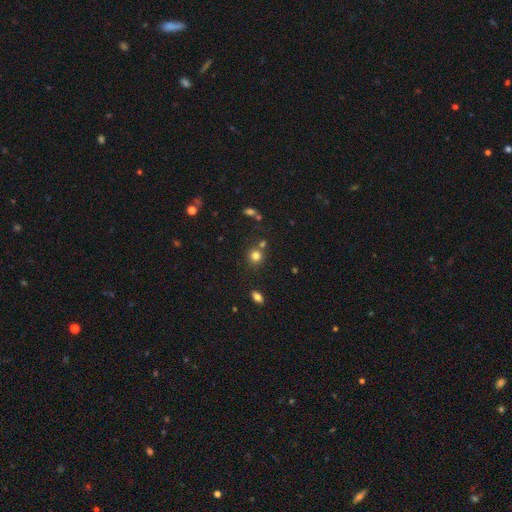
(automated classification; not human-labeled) smooth-or-featured: smooth: 79% | star or artifact: 14% | featured or disk: 7%
  how-rounded: round: 87% | in between: 12% | cigar-shaped: 1%
  merging: none: 71% | merger: 15% | minor disturbance: 10% | major disturbance: 3%